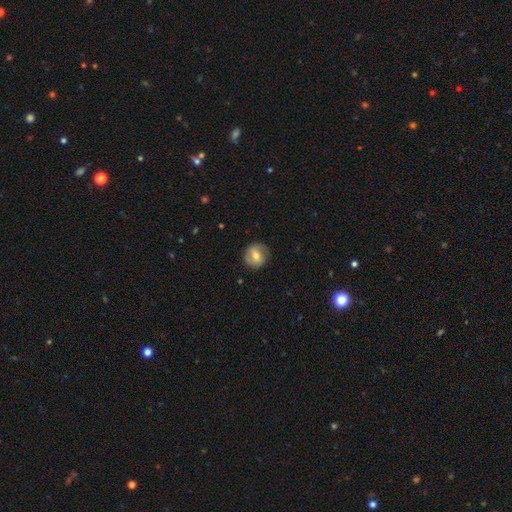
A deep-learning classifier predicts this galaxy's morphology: This appears to be a smooth galaxy with no disk features (52%) that is round (84%). Merging: none (80%).